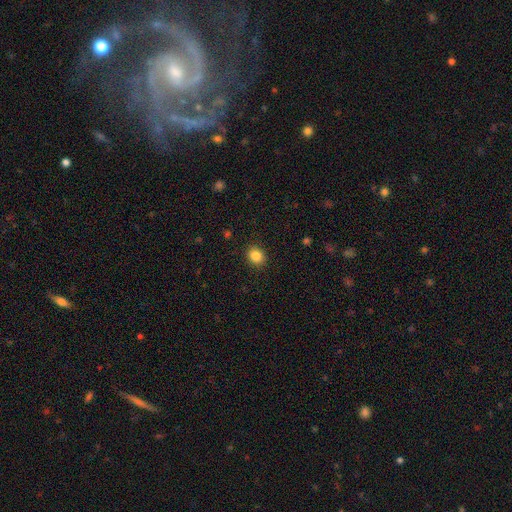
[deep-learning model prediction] Smooth or featured: smooth — 85% (star or artifact — 10%)
How rounded: round — 70% (in between — 29%)
Merging: none — 90% (minor disturbance — 7%)